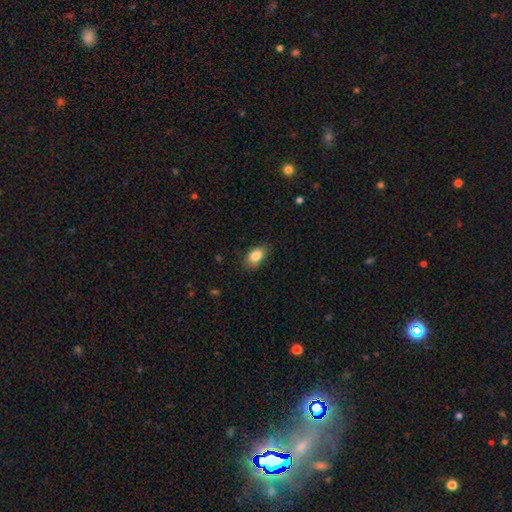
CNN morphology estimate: A smooth galaxy with no disk features (85%) that is in between round and cigar-shaped (87%). Merging: none (82%).